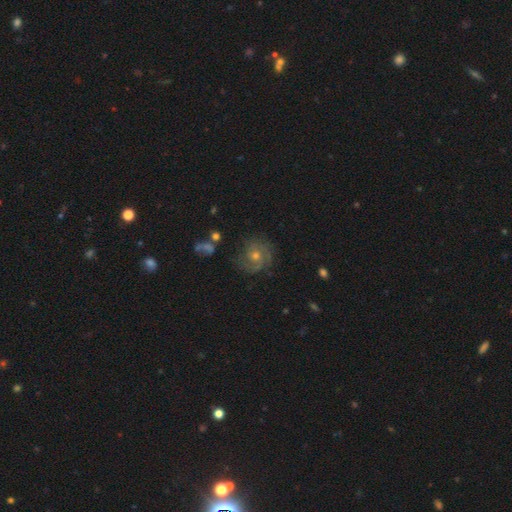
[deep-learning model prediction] Morphology: type=featured or disk (72%); edge-on=no (97%); bar=no (75%); spiral arms=yes (92%); winding=tight (53%); arm count=2 (33%); bulge=moderate (59%); merging=none (74%).